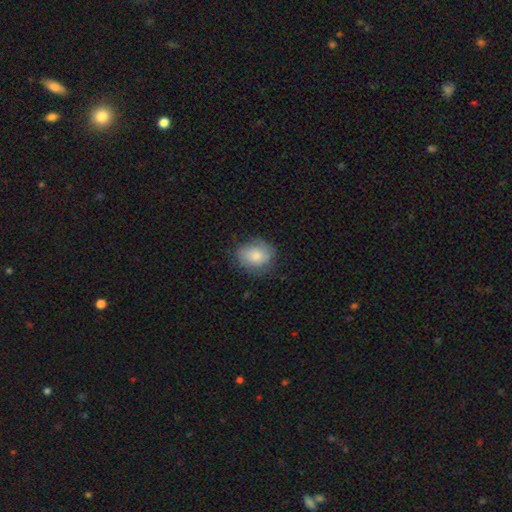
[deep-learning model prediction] smooth 71%, featured or disk 22%, star or artifact 7%. Down the decision tree: how rounded — round (58%); merging — none (70%).